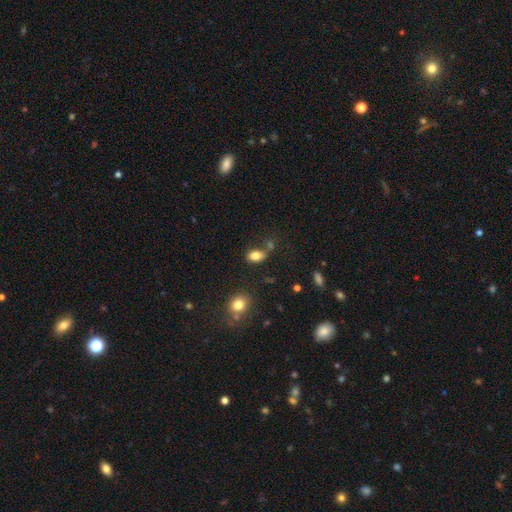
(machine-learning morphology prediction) A smooth galaxy with no disk features (82%) that is in between round and cigar-shaped (84%).

Vote fractions:
- Smooth or featured? smooth: 82% / star or artifact: 10% / featured or disk: 8%
- How rounded? in between: 84% / round: 14% / cigar-shaped: 2%
- Merging? none: 58% / minor disturbance: 18% / merger: 18% / major disturbance: 7%